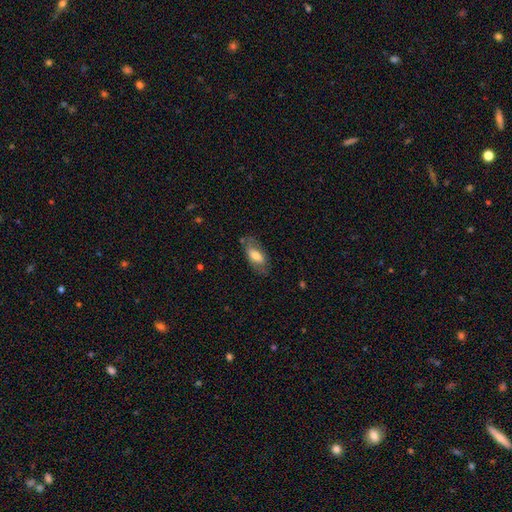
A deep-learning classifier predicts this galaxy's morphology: smooth-or-featured: smooth: 62% | featured or disk: 31% | star or artifact: 7%
  how-rounded: in between: 86% | cigar-shaped: 11% | round: 3%
  merging: none: 66% | minor disturbance: 22% | major disturbance: 9% | merger: 2%